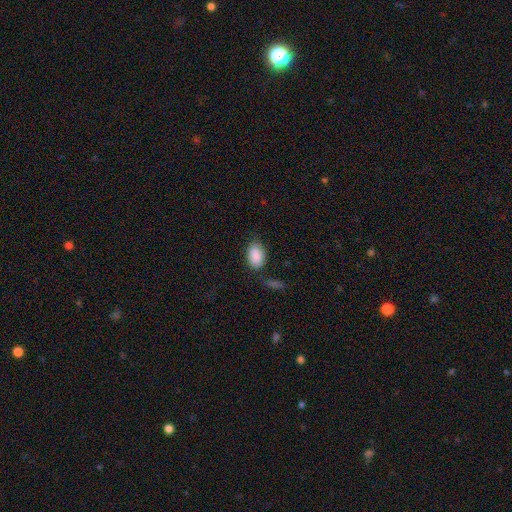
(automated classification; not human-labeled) Smooth or featured: smooth — 89% (star or artifact — 7%)
How rounded: in between — 89% (round — 10%)
Merging: none — 74% (minor disturbance — 17%)